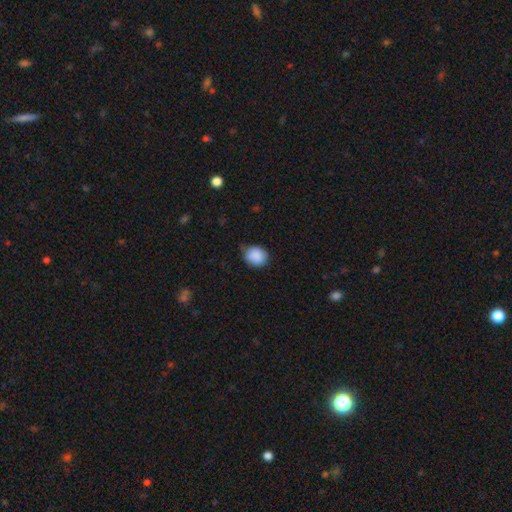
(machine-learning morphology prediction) Smooth or featured?
  - smooth: 88% *
  - star or artifact: 8%
  - featured or disk: 4%
How rounded?
  - round: 68% *
  - in between: 31%
  - cigar-shaped: 1%
Merging?
  - none: 65% *
  - minor disturbance: 29%
  - major disturbance: 5%
  - merger: 2%